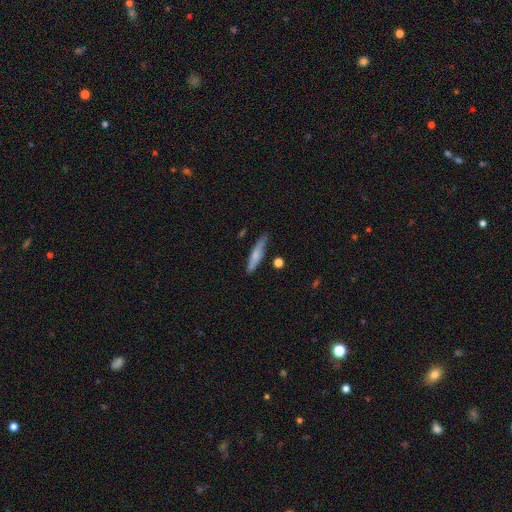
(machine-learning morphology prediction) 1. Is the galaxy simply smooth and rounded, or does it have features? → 67% smooth, 27% featured or disk, 6% star or artifact.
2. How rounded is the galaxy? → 86% cigar-shaped, 12% in between, 2% round.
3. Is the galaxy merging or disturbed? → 79% none, 15% minor disturbance, 3% merger, 3% major disturbance.